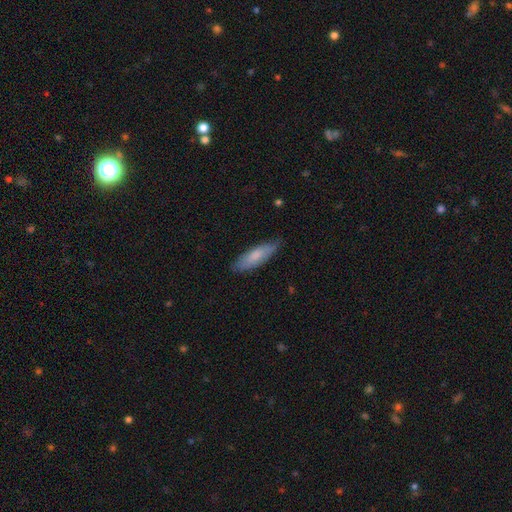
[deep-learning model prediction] smooth 75%, featured or disk 20%, star or artifact 5%. Down the decision tree: how rounded — cigar-shaped (54%); merging — none (78%).